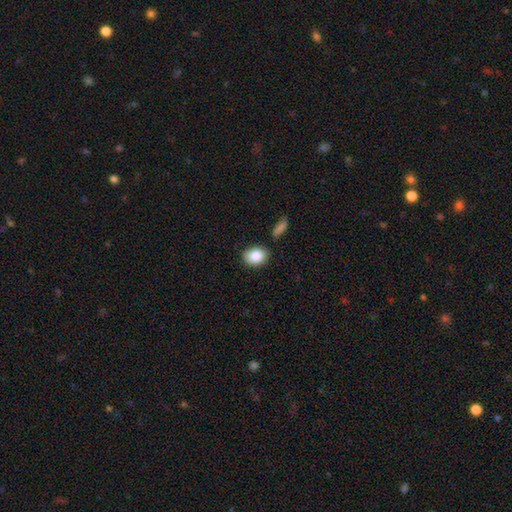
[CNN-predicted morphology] Overall: smooth (86%). How rounded: in between (62%; round 37%). Merging: none (80%).